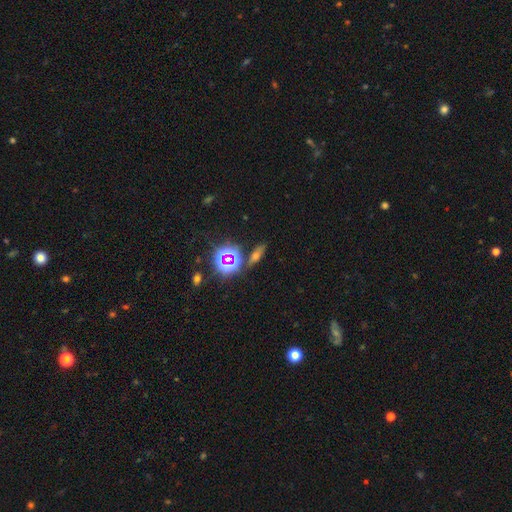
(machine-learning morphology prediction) This is marginally a star or artifact rather than a galaxy (42%).